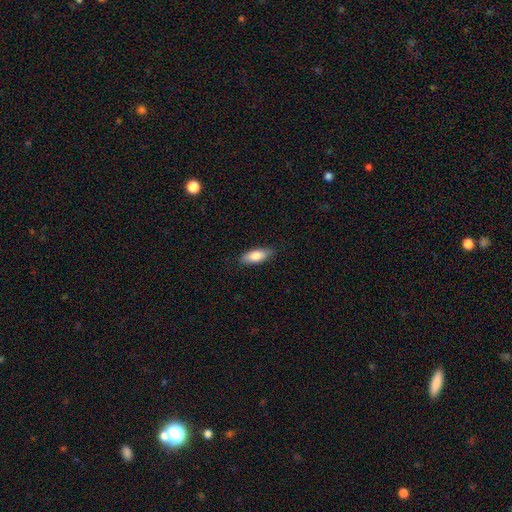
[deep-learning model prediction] smooth 82%, featured or disk 12%, star or artifact 6%. Down the decision tree: how rounded — in between (75%); merging — none (85%).